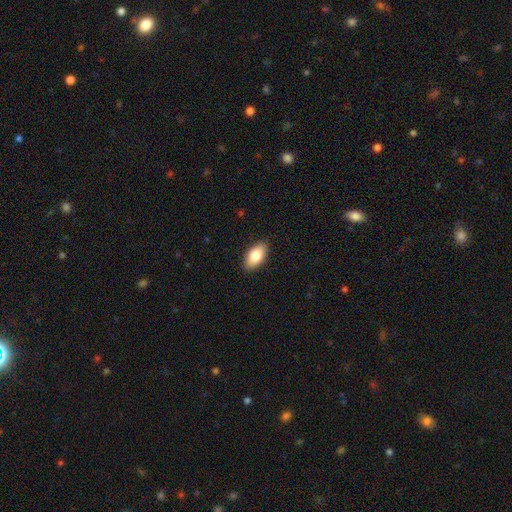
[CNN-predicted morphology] This appears to be a smooth galaxy with no disk features (82%) that is in between round and cigar-shaped (93%). Merging: none (88%).